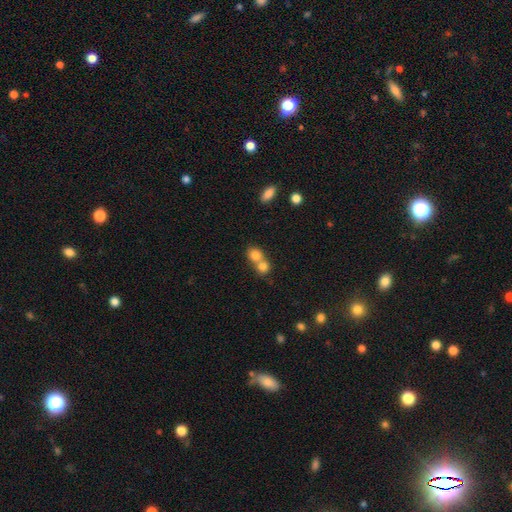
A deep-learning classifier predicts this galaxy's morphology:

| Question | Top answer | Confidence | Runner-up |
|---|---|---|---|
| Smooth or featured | smooth | 80% | star or artifact (10%) |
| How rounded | round | 74% | in between (25%) |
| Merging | merger | 60% | none (32%) |